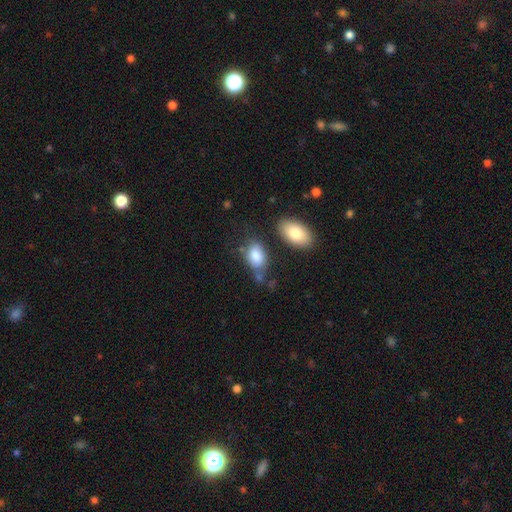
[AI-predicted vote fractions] Morphology: type=smooth (83%); roundness=in between (88%); merging=none (54%).